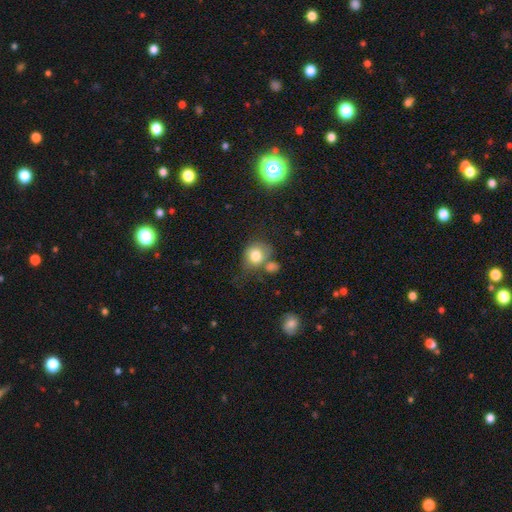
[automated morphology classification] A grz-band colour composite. It shows a smooth galaxy with no disk features (78%) that is round (64%). Merging: none (45%).